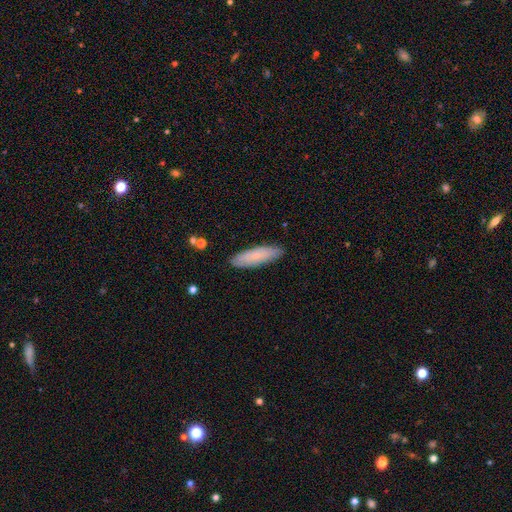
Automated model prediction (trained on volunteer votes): Smooth or featured? smooth (74%)
How rounded? cigar-shaped (62%)
Merging? none (88%)